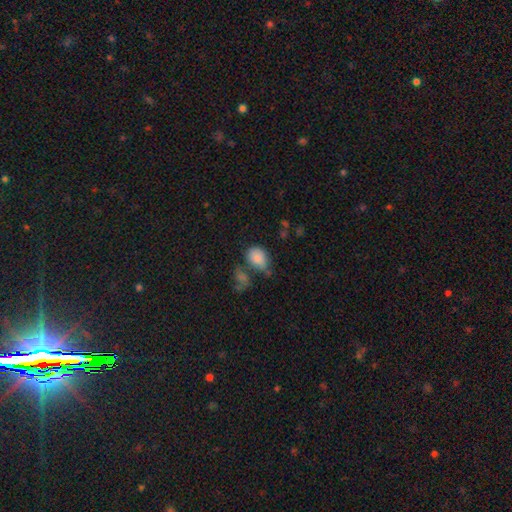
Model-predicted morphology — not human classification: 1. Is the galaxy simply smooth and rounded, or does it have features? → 81% smooth, 10% star or artifact, 10% featured or disk.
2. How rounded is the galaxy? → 63% in between, 35% round, 1% cigar-shaped.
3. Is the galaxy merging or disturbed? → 41% none, 24% merger, 24% minor disturbance, 12% major disturbance.